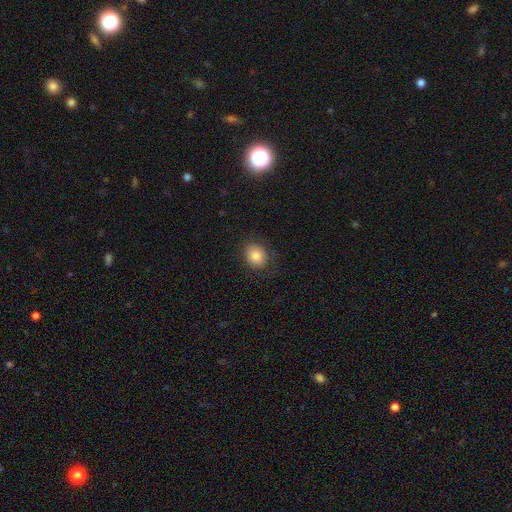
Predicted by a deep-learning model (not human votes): smooth 84%, star or artifact 9%, featured or disk 8%. Down the decision tree: how rounded — round (57%); merging — none (83%).